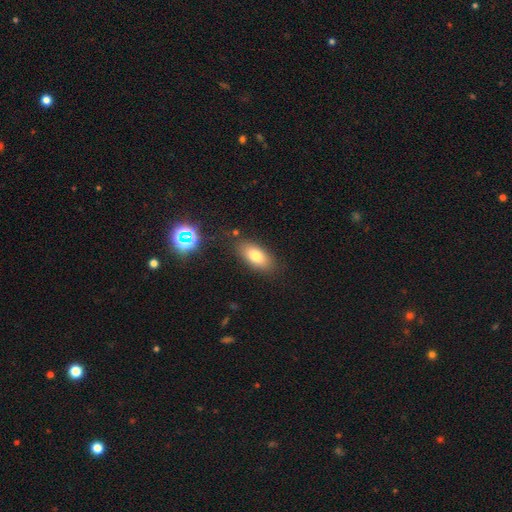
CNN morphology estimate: Smooth or featured? smooth (76%)
How rounded? in between (88%)
Merging? none (82%)